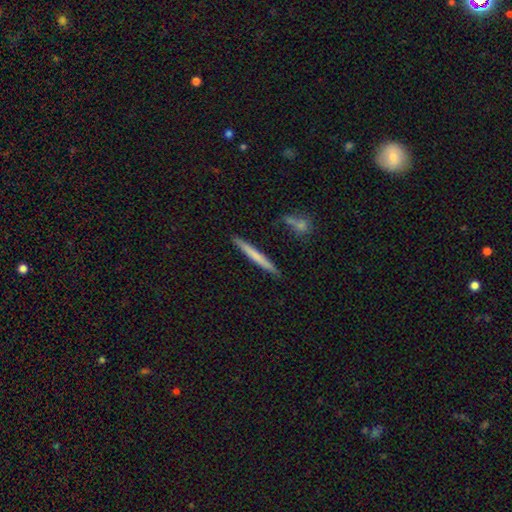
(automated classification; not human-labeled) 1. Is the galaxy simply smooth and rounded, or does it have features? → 62% smooth, 33% featured or disk, 6% star or artifact.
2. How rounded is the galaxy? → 96% cigar-shaped, 2% in between, 1% round.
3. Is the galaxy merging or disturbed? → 88% none, 8% minor disturbance, 2% merger, 2% major disturbance.